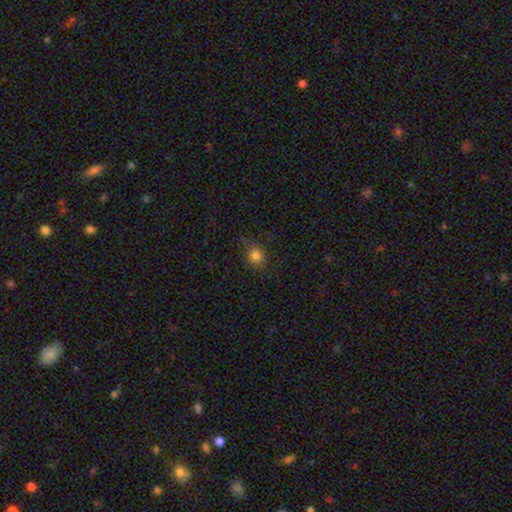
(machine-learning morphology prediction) type=smooth (81%); roundness=round (75%); merging=none (82%).